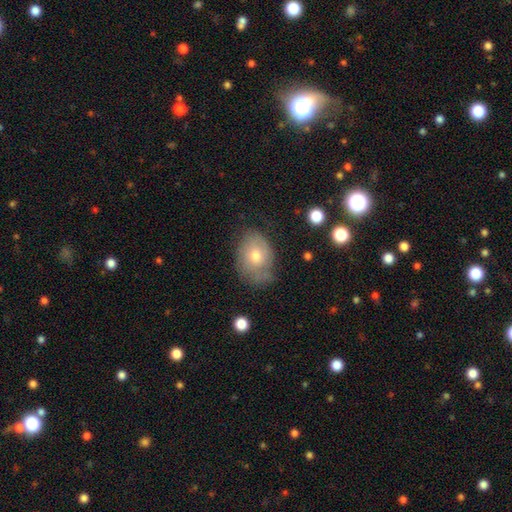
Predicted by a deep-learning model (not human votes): Morphology: type=smooth (57%); roundness=in between (68%); merging=none (58%).